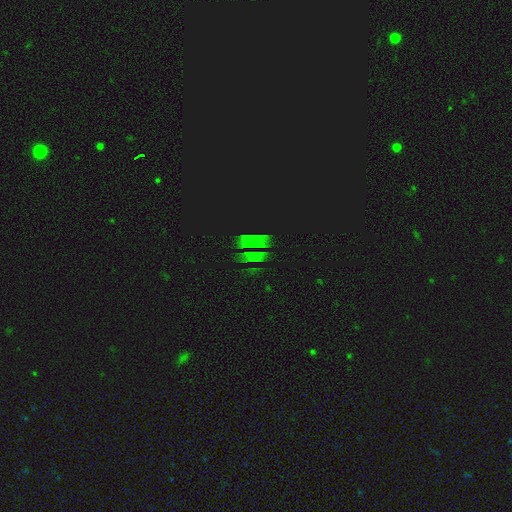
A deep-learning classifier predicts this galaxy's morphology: Q: Smooth or featured?
A: star or artifact (66%); runner-up: smooth (18%)